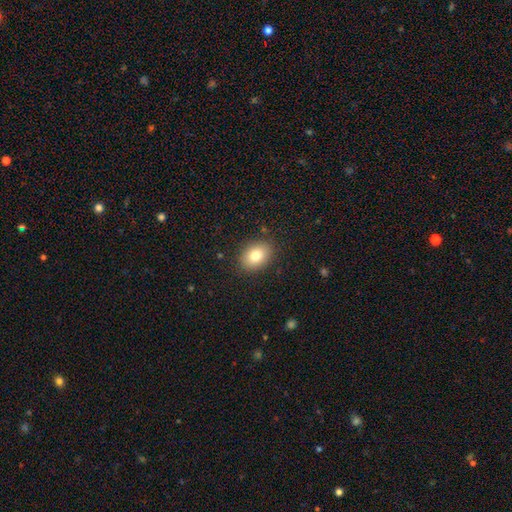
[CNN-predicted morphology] A smooth galaxy with no disk features (80%) that is in between round and cigar-shaped (70%). Merging: none (87%).